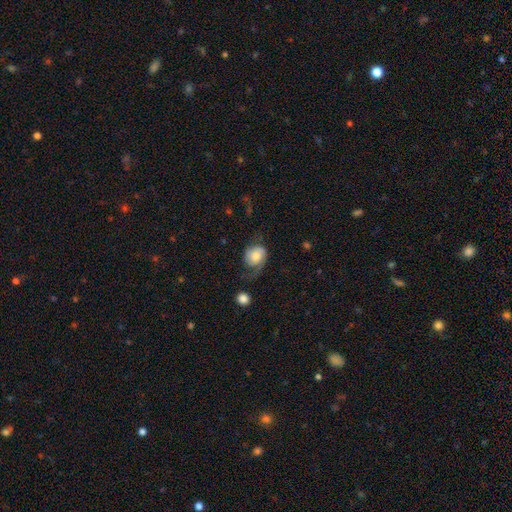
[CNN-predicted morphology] This appears to be a smooth galaxy with no disk features (49%). Merging: none (38%).